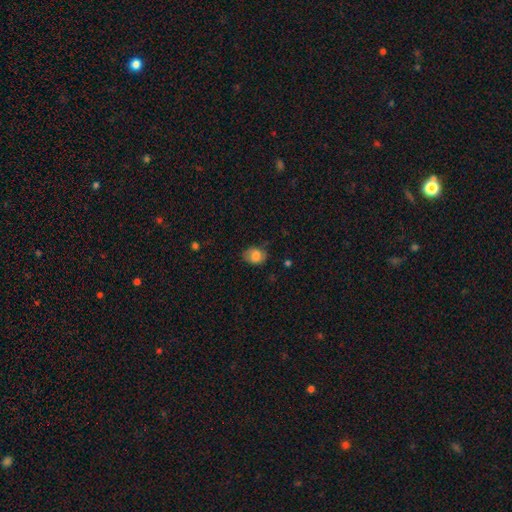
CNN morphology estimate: Overall: smooth (79%). How rounded: in between (58%; round 41%). Merging: none (69%).